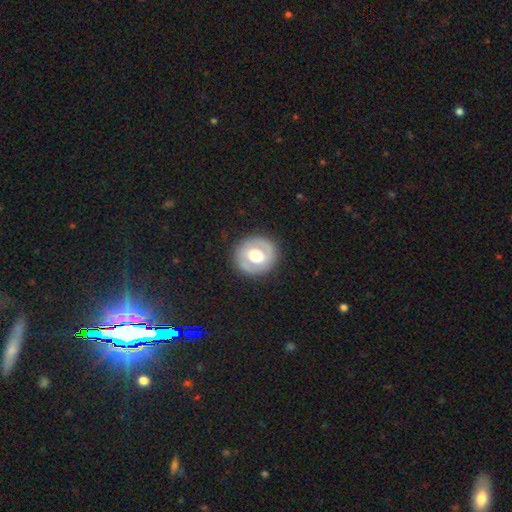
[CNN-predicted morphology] A featured or disk galaxy (51%).

Vote fractions:
- Smooth or featured? featured or disk: 51% / smooth: 43% / star or artifact: 6%
- Edge-on disk? no: 96% / yes: 4%
- Merging? none: 87% / minor disturbance: 8% / major disturbance: 4% / merger: 1%